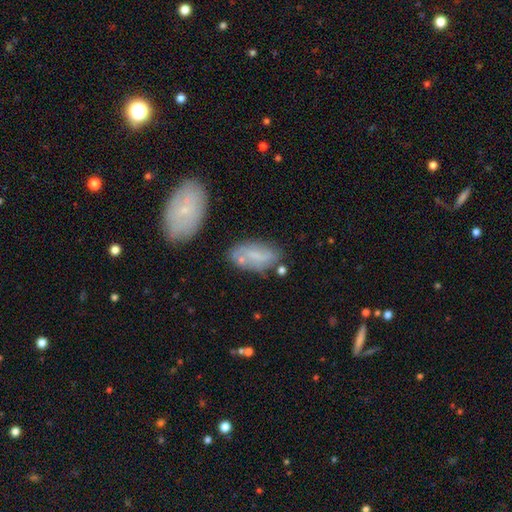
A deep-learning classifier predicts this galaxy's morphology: Overall: smooth (58%; featured or disk 33%). How rounded: in between (90%). Merging: none (62%).